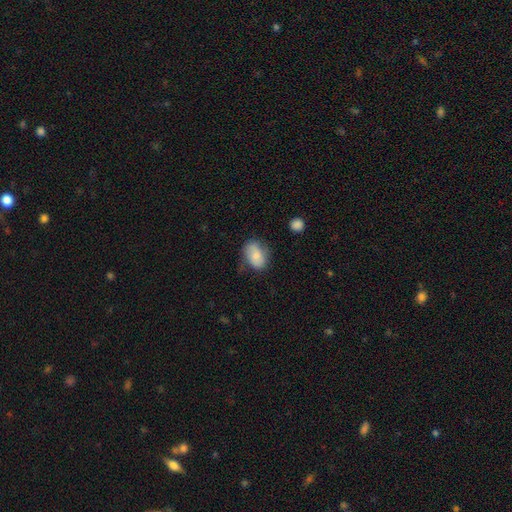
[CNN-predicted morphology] smooth-or-featured: smooth: 71% | featured or disk: 21% | star or artifact: 8%
  how-rounded: in between: 80% | round: 19% | cigar-shaped: 1%
  merging: none: 57% | minor disturbance: 30% | major disturbance: 10% | merger: 3%